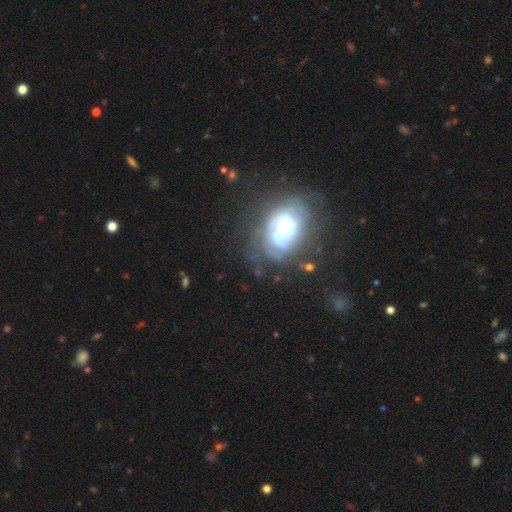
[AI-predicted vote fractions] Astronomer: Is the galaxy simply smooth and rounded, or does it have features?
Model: featured or disk — 70%.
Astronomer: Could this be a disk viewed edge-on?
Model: no — 95%.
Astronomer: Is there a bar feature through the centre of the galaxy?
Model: no — 70%.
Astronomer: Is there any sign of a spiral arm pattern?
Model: yes — 81%.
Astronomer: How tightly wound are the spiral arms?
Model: tight — 65%.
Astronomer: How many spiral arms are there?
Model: can't tell — 50%.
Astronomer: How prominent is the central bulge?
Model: moderate — 50% (runner-up: small, 28%).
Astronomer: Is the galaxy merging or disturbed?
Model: none — 64%.